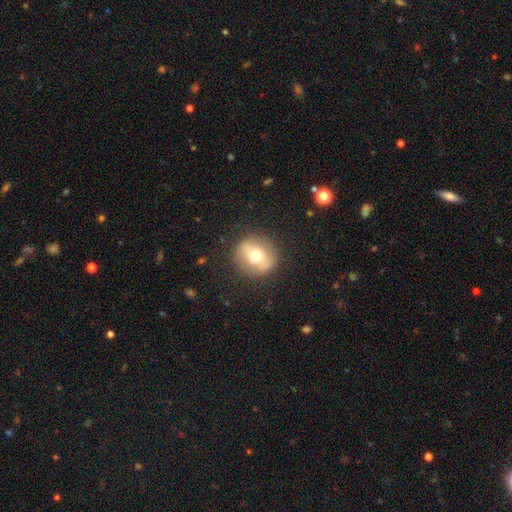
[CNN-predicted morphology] Q: Smooth or featured?
A: smooth (55%); runner-up: featured or disk (37%)
Q: How rounded?
A: round (90%); runner-up: in between (9%)
Q: Merging?
A: none (87%); runner-up: minor disturbance (8%)